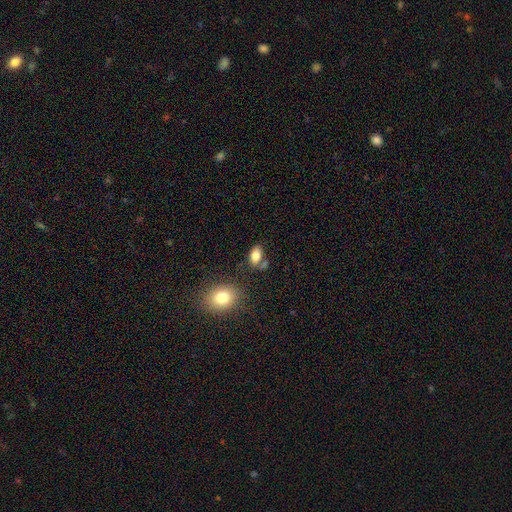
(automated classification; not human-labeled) The model was most divided on "merging": none: 67%, minor disturbance: 15%, merger: 14%, major disturbance: 4%. More confident: how rounded — in between (88%); smooth or featured — smooth (83%).